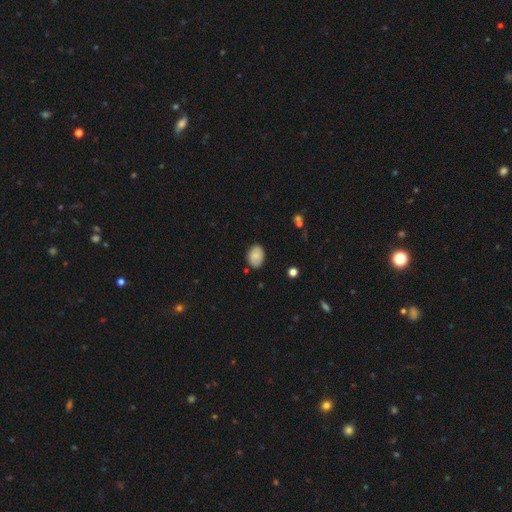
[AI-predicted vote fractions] smooth_or_featured: smooth (p=0.81) [alt: featured or disk p=0.11]
how_rounded: in between (p=0.76) [alt: round p=0.23]
merging: none (p=0.81) [alt: minor disturbance p=0.15]